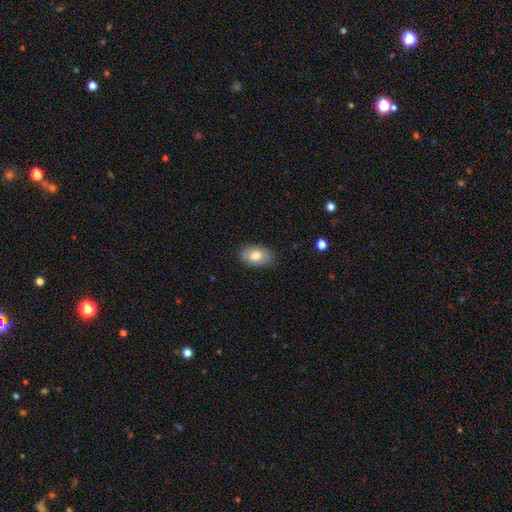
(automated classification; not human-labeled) This appears to be a smooth galaxy with no disk features (78%) that is in between round and cigar-shaped (88%). Merging: none (84%).